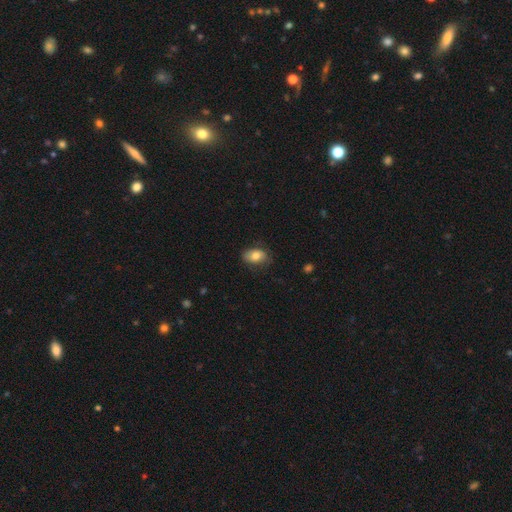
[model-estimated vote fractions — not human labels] This is likely a smooth galaxy (79%). How rounded: clearly in between (86%). Merging: likely none (77%).